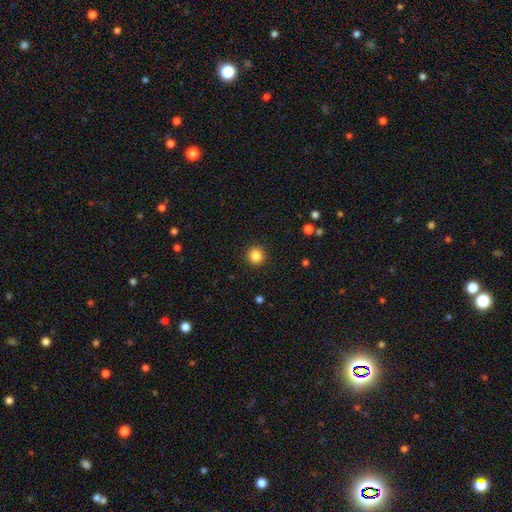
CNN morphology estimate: The model was most divided on "smooth or featured": smooth: 85%, star or artifact: 11%, featured or disk: 4%. More confident: how rounded — round (94%); merging — none (91%).